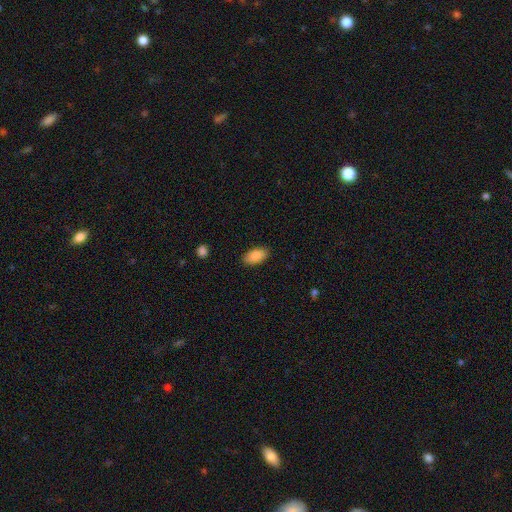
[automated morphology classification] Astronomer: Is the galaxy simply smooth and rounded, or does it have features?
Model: smooth — 88%.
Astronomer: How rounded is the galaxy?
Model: in between — 94%.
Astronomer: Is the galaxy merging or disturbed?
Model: none — 87%.